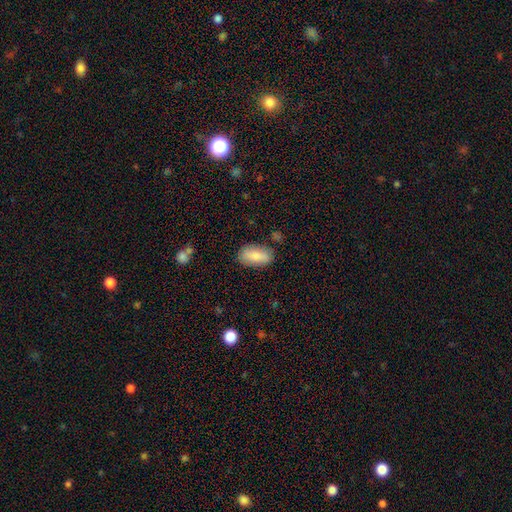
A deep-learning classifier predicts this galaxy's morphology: A smooth galaxy with no disk features (84%) that is in between round and cigar-shaped (90%). Merging: none (81%).